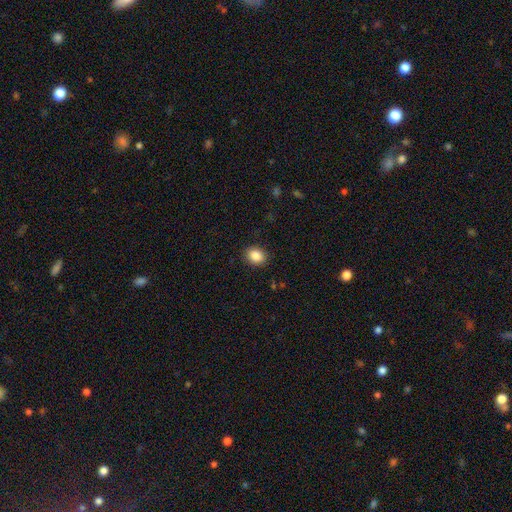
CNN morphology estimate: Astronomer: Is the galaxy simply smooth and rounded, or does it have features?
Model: smooth — 87%.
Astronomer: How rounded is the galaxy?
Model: in between — 50% (runner-up: round, 49%).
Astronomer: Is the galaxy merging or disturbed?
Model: none — 89%.